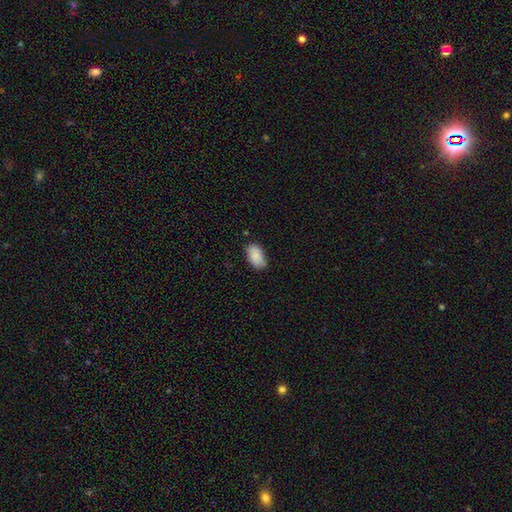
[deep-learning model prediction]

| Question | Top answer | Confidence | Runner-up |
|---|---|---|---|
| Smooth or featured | smooth | 86% | featured or disk (7%) |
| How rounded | in between | 94% | round (4%) |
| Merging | none | 74% | minor disturbance (21%) |